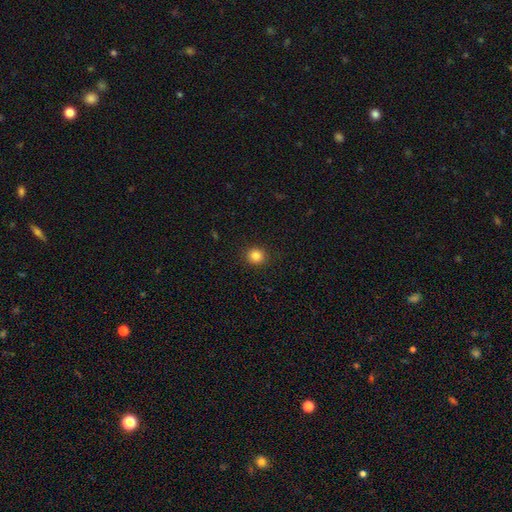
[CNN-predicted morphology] type=smooth (84%); roundness=round (86%); merging=none (91%).